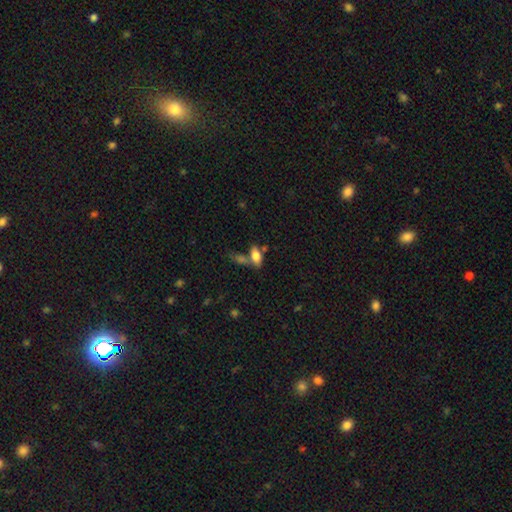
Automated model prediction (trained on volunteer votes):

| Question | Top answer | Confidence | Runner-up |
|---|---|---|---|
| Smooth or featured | smooth | 75% | featured or disk (16%) |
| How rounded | in between | 84% | cigar-shaped (12%) |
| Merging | none | 52% | merger (27%) |